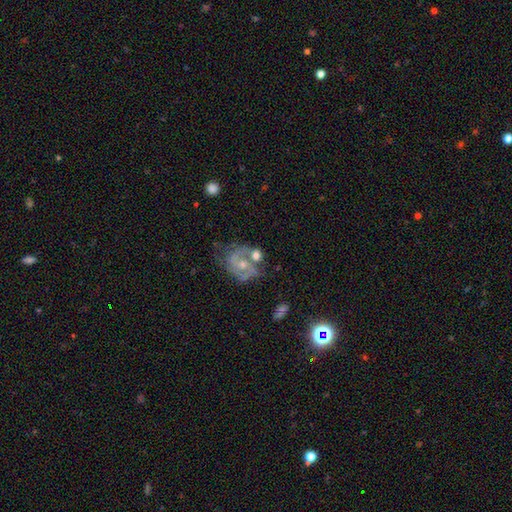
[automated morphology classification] smooth-or-featured: featured or disk: 66% | smooth: 26% | star or artifact: 8%
  disk-edge-on: no: 97% | yes: 3%
    bar: no: 64% | weak: 30% | strong: 6%
    has-spiral-arms: yes: 84% | no: 16%
      spiral-winding: medium: 51% | tight: 26% | loose: 22%
      spiral-arm-count: 2: 75% | can't tell: 12% | 3: 6% | 1: 4% | 4: 2% | more than 4: 2%
    bulge-size: moderate: 47% | small: 43% | none: 4% | large: 4% | dominant: 1%
  merging: none: 37% | merger: 31% | minor disturbance: 18% | major disturbance: 14%